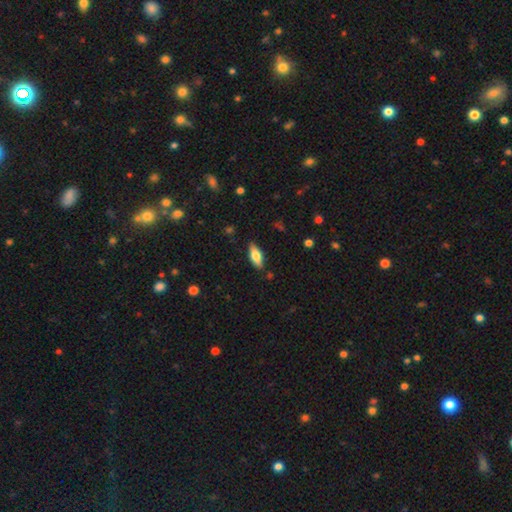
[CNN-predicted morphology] This appears to be a smooth galaxy with no disk features (60%) that is in between round and cigar-shaped (69%). Merging: none (85%).